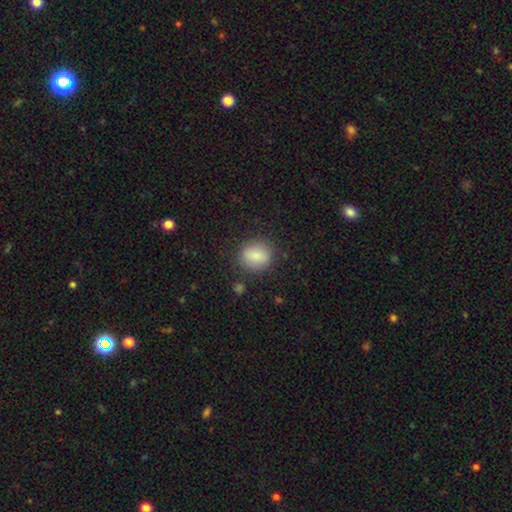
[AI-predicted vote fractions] Q: Smooth or featured?
A: smooth (86%); runner-up: star or artifact (8%)
Q: How rounded?
A: round (70%); runner-up: in between (28%)
Q: Merging?
A: none (83%); runner-up: minor disturbance (11%)